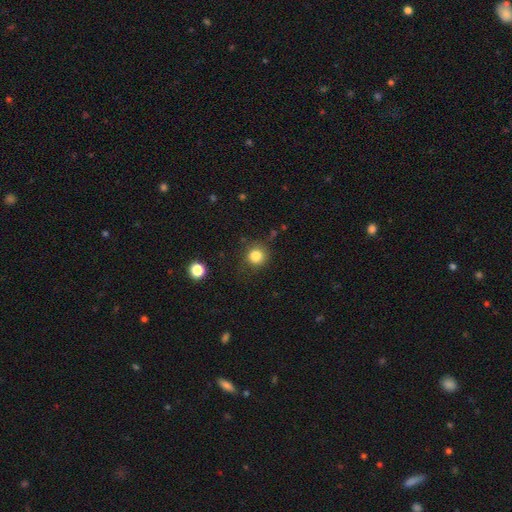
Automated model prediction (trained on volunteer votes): The model was most divided on "merging": none: 81%, minor disturbance: 12%, major disturbance: 4%, merger: 2%. More confident: how rounded — round (91%); smooth or featured — smooth (83%).